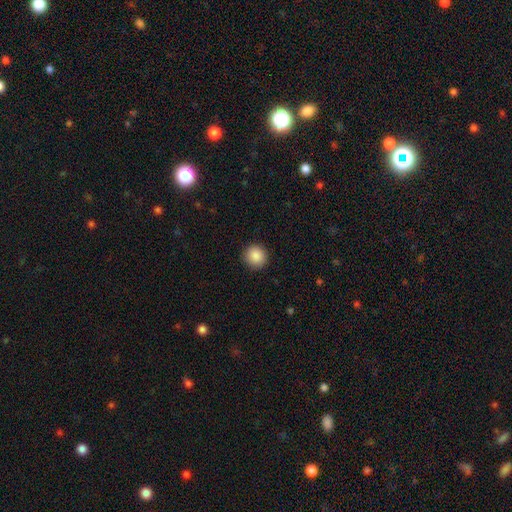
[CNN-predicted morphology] Smooth or featured? smooth (88%)
How rounded? round (92%)
Merging? none (91%)